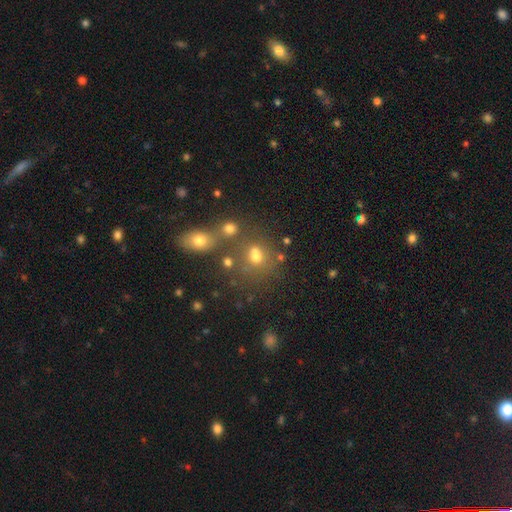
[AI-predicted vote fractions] The model was most divided on "merging": none: 52%, merger: 29%, minor disturbance: 12%, major disturbance: 7%. More confident: how rounded — round (64%); smooth or featured — smooth (63%).